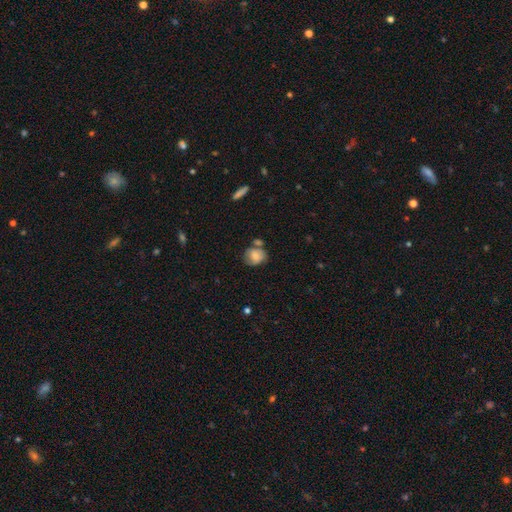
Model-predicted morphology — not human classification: Smooth or featured? smooth (75%)
How rounded? round (61%)
Merging? none (56%)